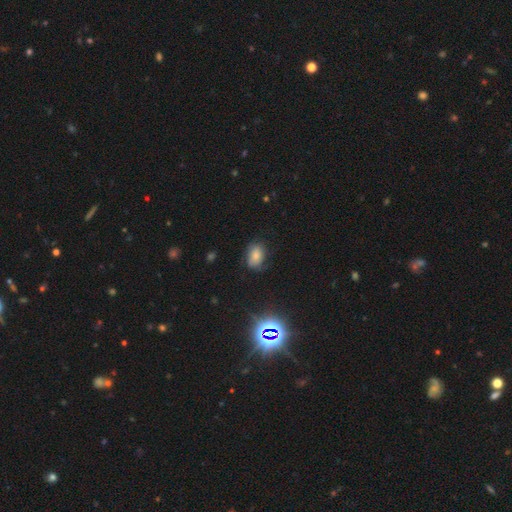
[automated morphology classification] type=smooth (69%); roundness=in between (80%); merging=none (69%).